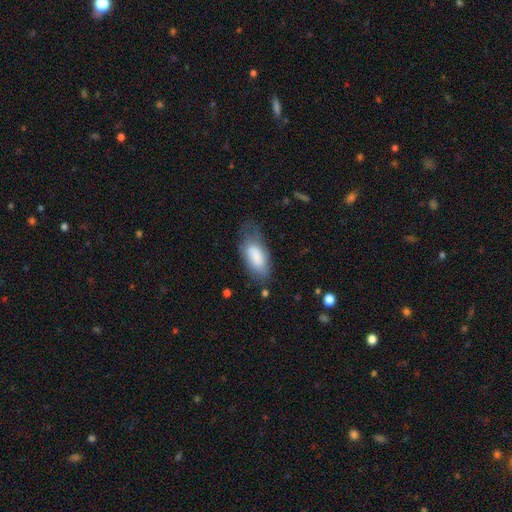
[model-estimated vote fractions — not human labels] Morphology: type=smooth (78%); roundness=in between (87%); merging=none (47%).